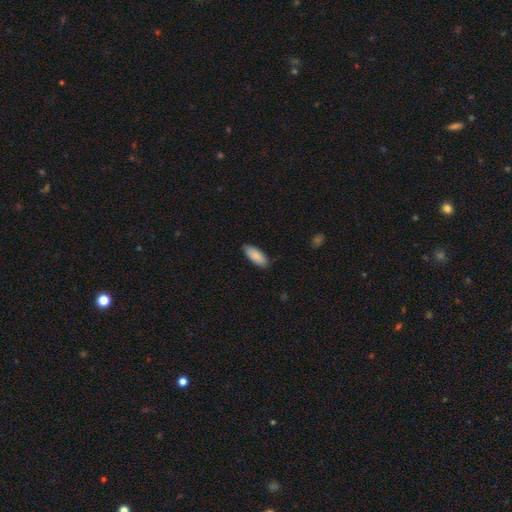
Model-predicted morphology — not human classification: This is clearly a smooth galaxy (88%). How rounded: likely in between (79%). Merging: clearly none (85%).